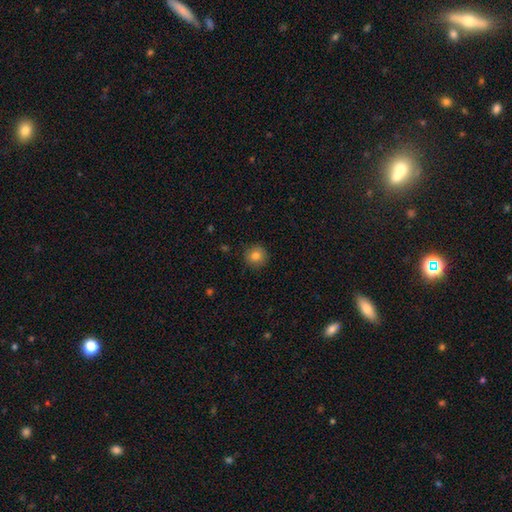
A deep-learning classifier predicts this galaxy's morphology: smooth-or-featured: smooth: 82% | star or artifact: 10% | featured or disk: 8%
  how-rounded: round: 93% | in between: 6% | cigar-shaped: 1%
  merging: none: 88% | minor disturbance: 9% | major disturbance: 2% | merger: 1%